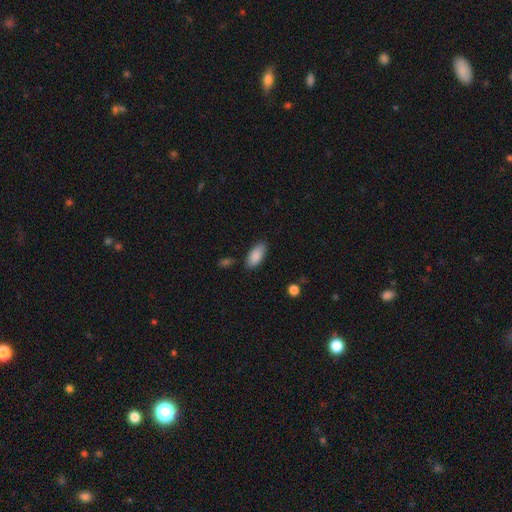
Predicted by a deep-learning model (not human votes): Morphology: type=smooth (88%); roundness=in between (89%); merging=none (81%).